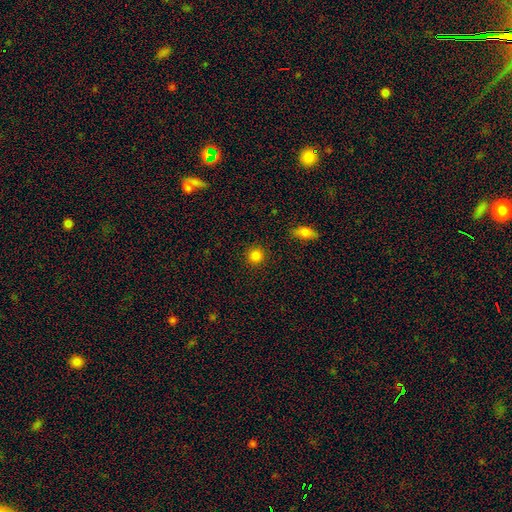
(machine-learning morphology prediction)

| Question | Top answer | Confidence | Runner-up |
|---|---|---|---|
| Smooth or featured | smooth | 85% | star or artifact (11%) |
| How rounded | round | 92% | in between (7%) |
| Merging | none | 91% | minor disturbance (5%) |